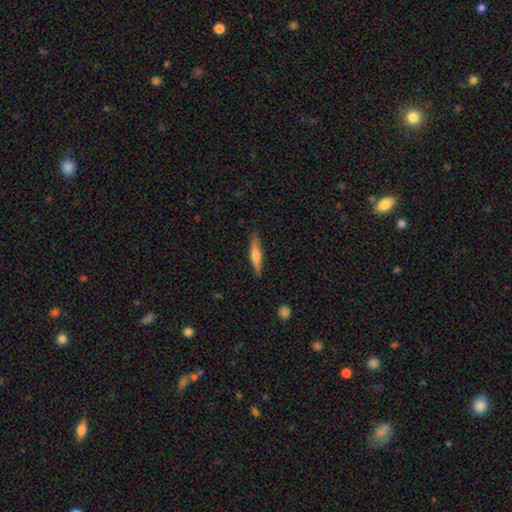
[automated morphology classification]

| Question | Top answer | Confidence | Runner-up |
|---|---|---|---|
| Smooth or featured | smooth | 57% | featured or disk (37%) |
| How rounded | cigar-shaped | 84% | in between (14%) |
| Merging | none | 86% | minor disturbance (11%) |